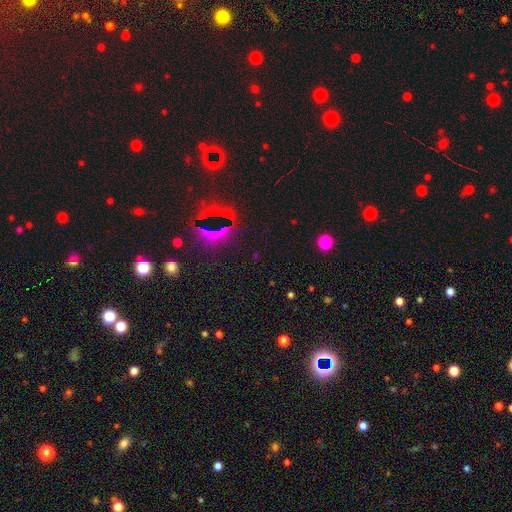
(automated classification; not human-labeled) Morphology: type=star or artifact (66%).